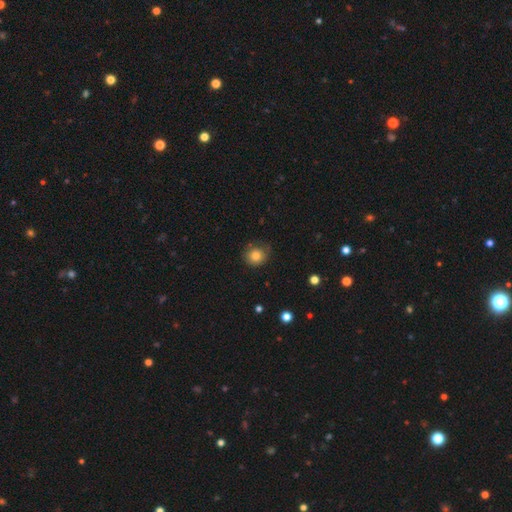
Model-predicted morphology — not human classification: Smooth or featured? smooth (82%)
How rounded? round (86%)
Merging? none (75%)